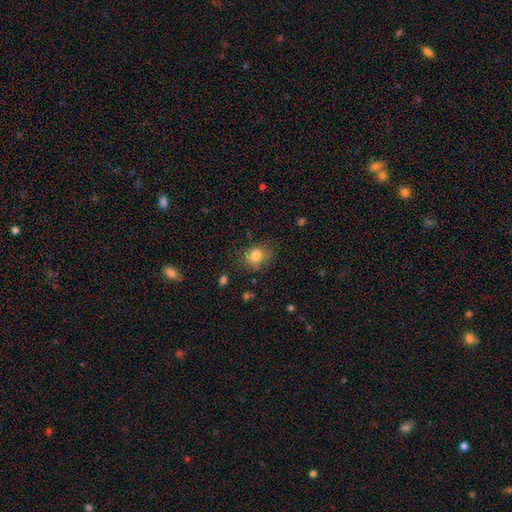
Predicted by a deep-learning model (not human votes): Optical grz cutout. It shows a smooth galaxy with no disk features (81%) that is round (66%). Merging: none (77%).